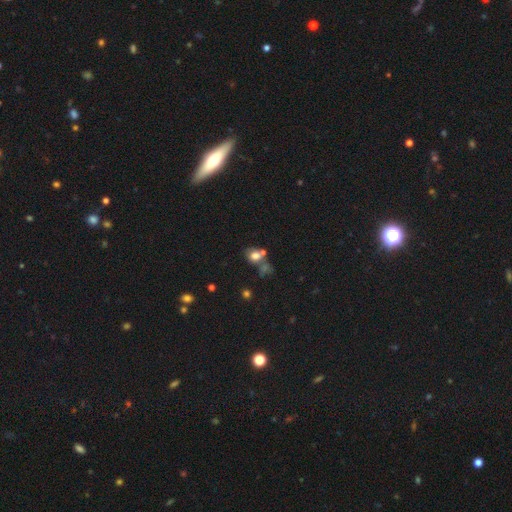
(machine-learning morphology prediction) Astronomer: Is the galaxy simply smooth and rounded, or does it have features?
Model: smooth — 71%.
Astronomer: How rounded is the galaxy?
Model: in between — 50% (runner-up: round, 49%).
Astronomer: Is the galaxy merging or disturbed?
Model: merger — 38% (runner-up: none, 37%).